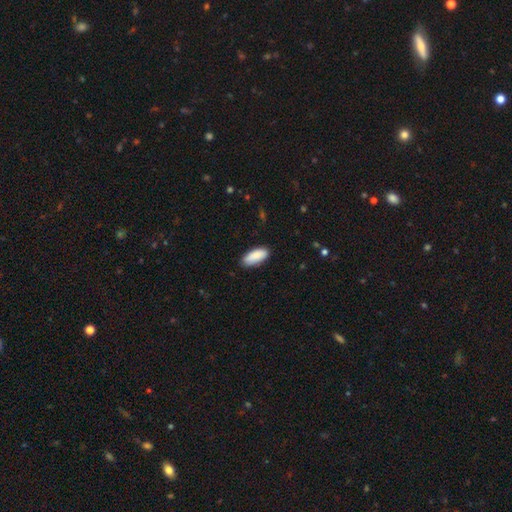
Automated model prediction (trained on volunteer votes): The model was most divided on "how rounded": in between: 85%, cigar-shaped: 14%, round: 2%. More confident: smooth or featured — smooth (89%); merging — none (84%).